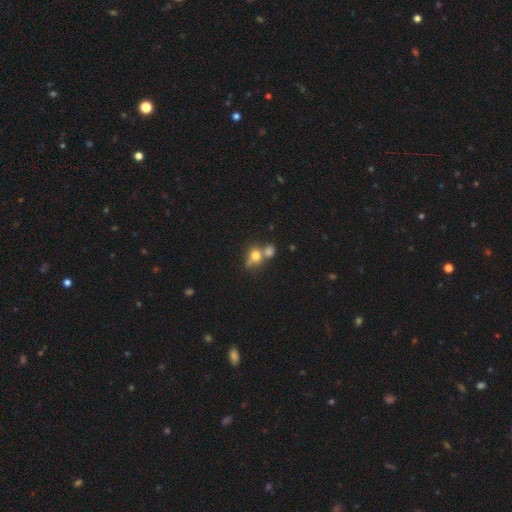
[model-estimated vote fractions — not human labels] A smooth galaxy with no disk features (69%) that is round (60%). Merging: merger (50%).